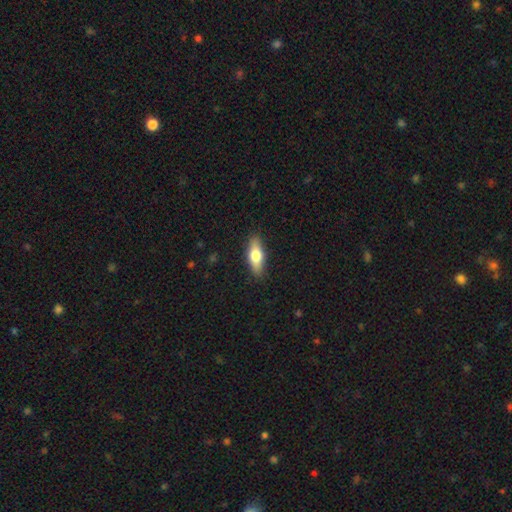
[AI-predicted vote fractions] smooth-or-featured: smooth: 65% | featured or disk: 29% | star or artifact: 6%
  how-rounded: in between: 62% | cigar-shaped: 34% | round: 3%
  merging: none: 89% | minor disturbance: 8% | major disturbance: 2% | merger: 1%